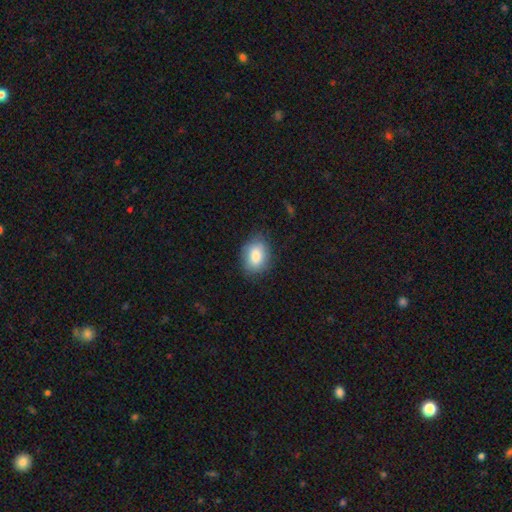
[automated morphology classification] type=smooth (83%); roundness=in between (78%); merging=none (78%).